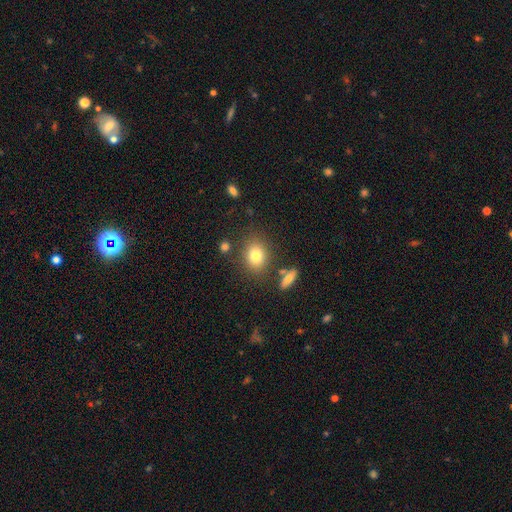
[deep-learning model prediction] Smooth or featured?
  - smooth: 79% *
  - star or artifact: 11%
  - featured or disk: 10%
How rounded?
  - in between: 51% *
  - round: 47%
  - cigar-shaped: 1%
Merging?
  - none: 77% *
  - minor disturbance: 12%
  - merger: 7%
  - major disturbance: 4%